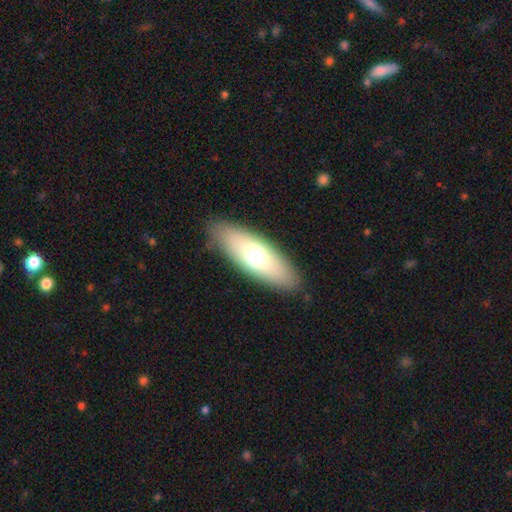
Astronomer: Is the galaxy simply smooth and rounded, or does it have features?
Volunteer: smooth — 57% (runner-up: featured or disk, 41%).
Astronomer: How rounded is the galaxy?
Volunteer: cigar-shaped — 62% (runner-up: in between, 38%).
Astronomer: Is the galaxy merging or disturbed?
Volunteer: none — 89%.